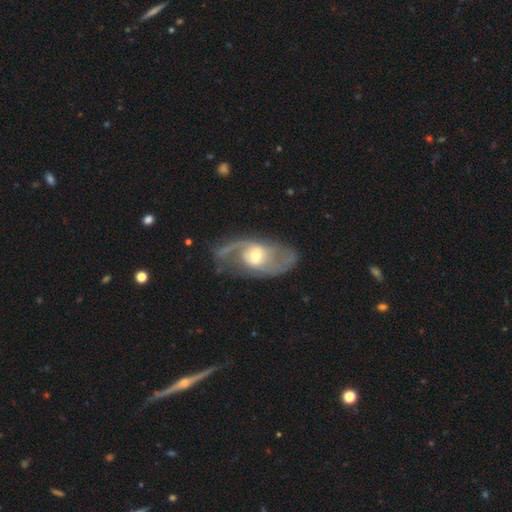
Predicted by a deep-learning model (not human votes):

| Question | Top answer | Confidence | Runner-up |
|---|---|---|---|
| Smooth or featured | featured or disk | 82% | smooth (13%) |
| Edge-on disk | no | 94% | yes (6%) |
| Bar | no | 48% | weak (38%) |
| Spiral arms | yes | 85% | no (15%) |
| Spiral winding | medium | 46% | loose (33%) |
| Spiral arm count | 2 | 77% | can't tell (10%) |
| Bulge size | moderate | 54% | small (36%) |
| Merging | none | 64% | minor disturbance (18%) |